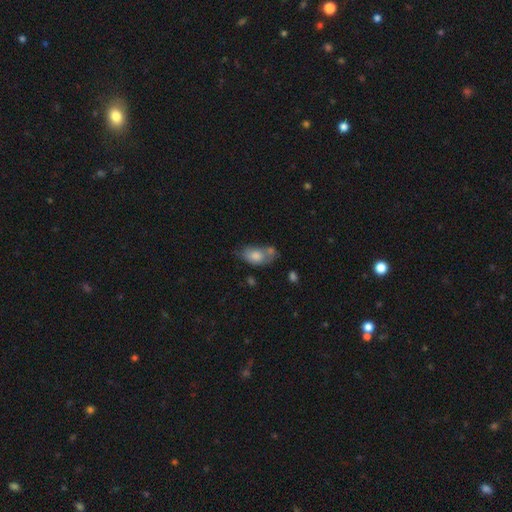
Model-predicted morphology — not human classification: A smooth galaxy with no disk features (74%) that is in between round and cigar-shaped (88%).

Vote fractions:
- Smooth or featured? smooth: 74% / featured or disk: 19% / star or artifact: 7%
- How rounded? in between: 88% / round: 9% / cigar-shaped: 3%
- Merging? none: 34% / merger: 29% / minor disturbance: 25% / major disturbance: 12%